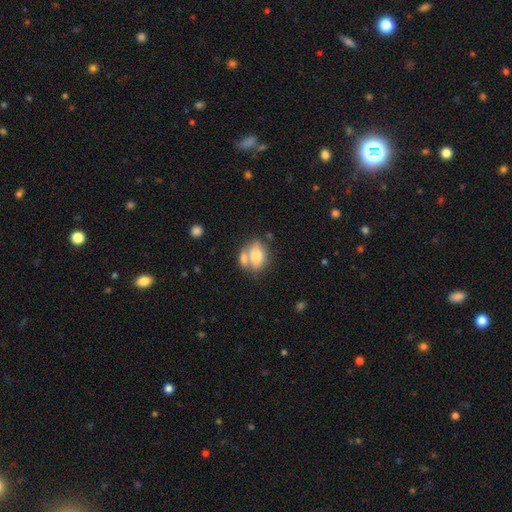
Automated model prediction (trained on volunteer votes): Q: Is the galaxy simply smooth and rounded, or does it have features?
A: smooth — 76%.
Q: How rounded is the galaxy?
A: in between — 74%.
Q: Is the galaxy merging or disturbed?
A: none — 40%.